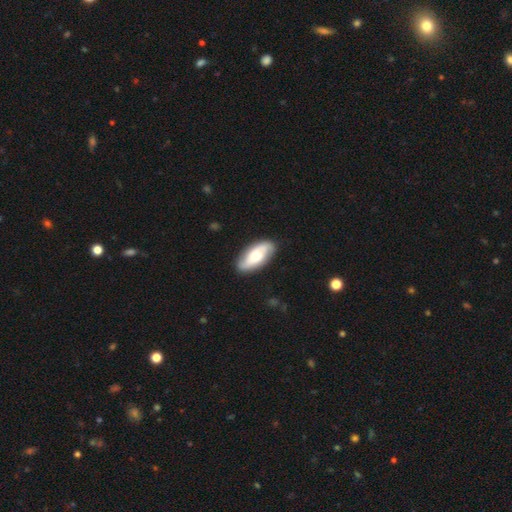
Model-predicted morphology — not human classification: This appears to be a featured or disk galaxy (58%) with no bar (62%), spiral arms (81%) and a moderate central bulge (68%). Merging: none (86%).